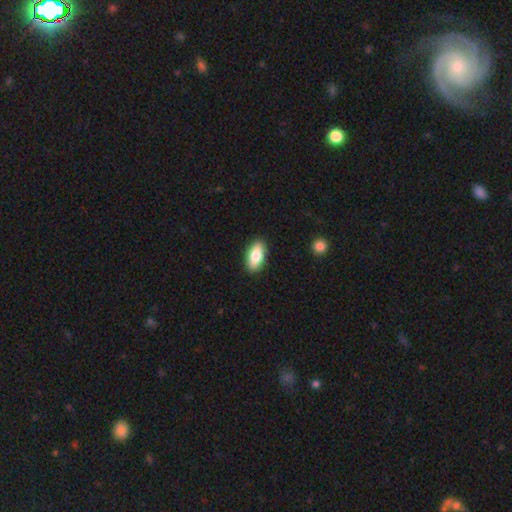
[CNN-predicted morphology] smooth_or_featured: smooth (p=0.78) [alt: featured or disk p=0.16]
how_rounded: in between (p=0.88) [alt: cigar-shaped p=0.09]
merging: none (p=0.90) [alt: minor disturbance p=0.07]